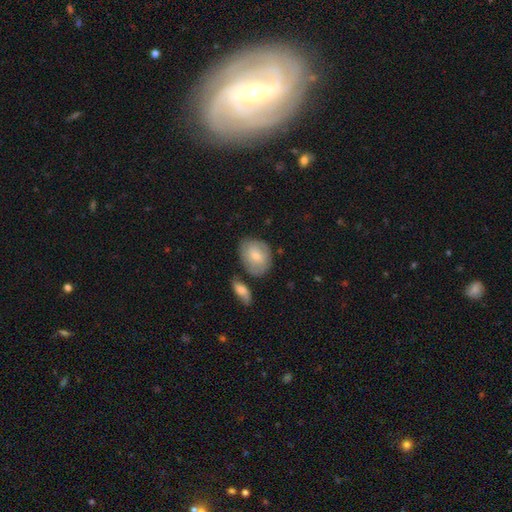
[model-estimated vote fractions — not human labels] This appears to be a smooth galaxy with no disk features (59%) that is in between round and cigar-shaped (53%). Merging: none (64%).